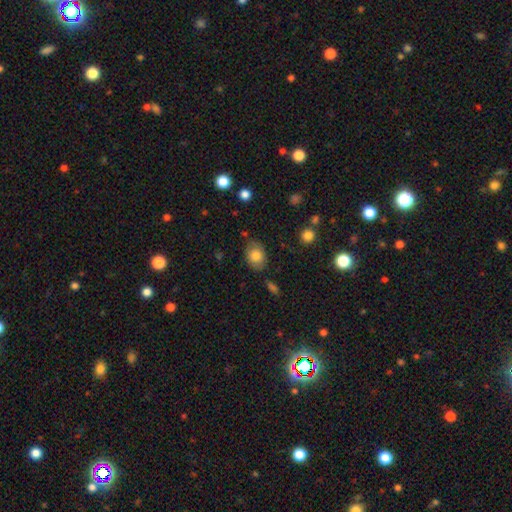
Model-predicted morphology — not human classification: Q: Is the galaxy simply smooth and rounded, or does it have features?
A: smooth — 80%.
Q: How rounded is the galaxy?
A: in between — 70%.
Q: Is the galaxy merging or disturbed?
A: none — 75%.